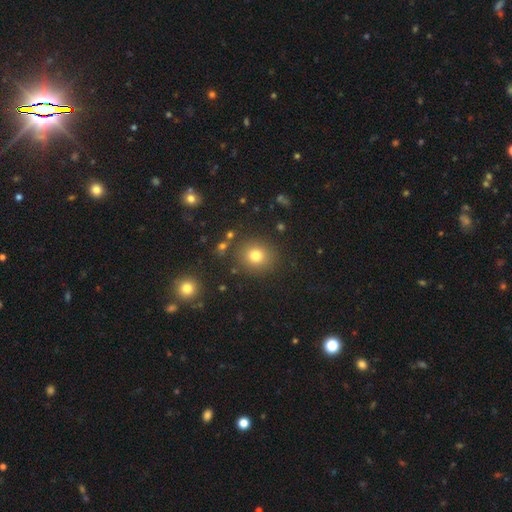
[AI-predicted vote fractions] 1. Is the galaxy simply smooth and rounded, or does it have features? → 77% smooth, 15% star or artifact, 8% featured or disk.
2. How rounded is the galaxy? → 87% round, 12% in between, 1% cigar-shaped.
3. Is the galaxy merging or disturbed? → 86% none, 8% minor disturbance, 3% merger, 3% major disturbance.